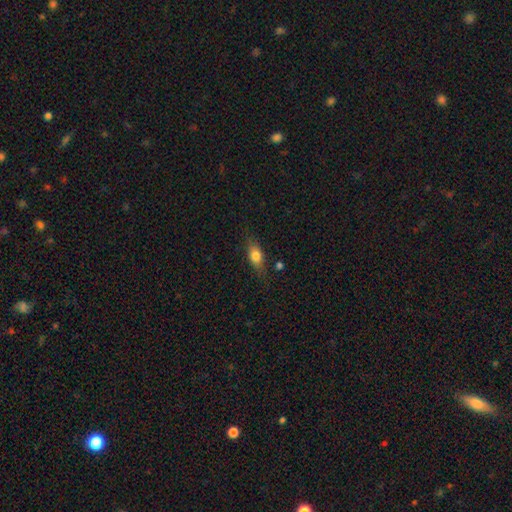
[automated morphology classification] Overall: smooth (74%). How rounded: in between (75%). Merging: none (74%).